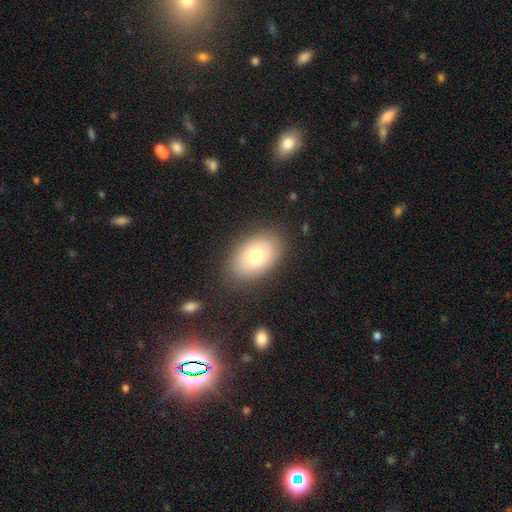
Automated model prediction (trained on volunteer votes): Smooth or featured: smooth — 71% (featured or disk — 20%)
How rounded: in between — 86% (round — 13%)
Merging: none — 84% (minor disturbance — 11%)